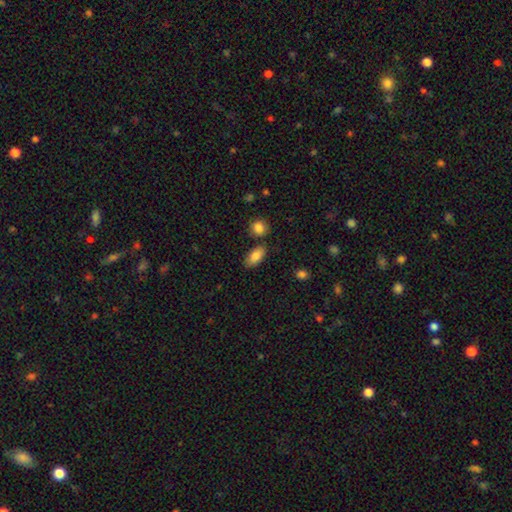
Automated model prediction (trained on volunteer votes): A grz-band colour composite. It shows a smooth galaxy with no disk features (84%) that is in between round and cigar-shaped (89%). Merging: none (79%).